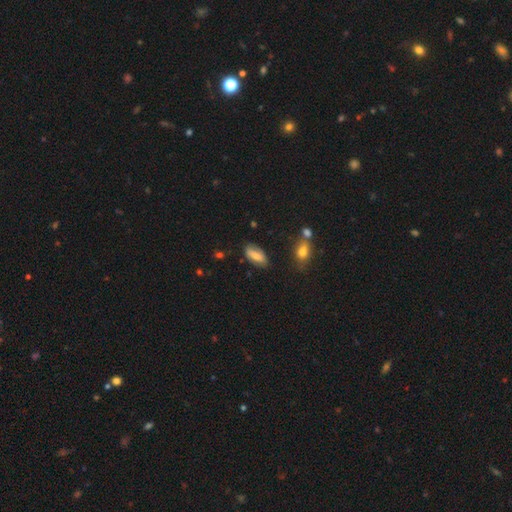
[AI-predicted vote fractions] A smooth galaxy with no disk features (68%) that is in between round and cigar-shaped (85%).

Vote fractions:
- Smooth or featured? smooth: 68% / featured or disk: 24% / star or artifact: 7%
- How rounded? in between: 85% / cigar-shaped: 12% / round: 3%
- Merging? none: 76% / minor disturbance: 17% / major disturbance: 4% / merger: 3%